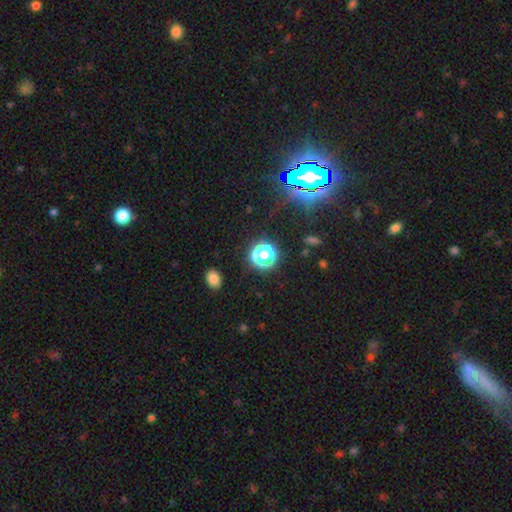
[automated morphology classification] A smooth galaxy with no disk features (51%) that is round (83%).

Vote fractions:
- Smooth or featured? smooth: 51% / star or artifact: 41% / featured or disk: 8%
- How rounded? round: 83% / in between: 15% / cigar-shaped: 2%
- Merging? none: 82% / minor disturbance: 10% / major disturbance: 5% / merger: 3%